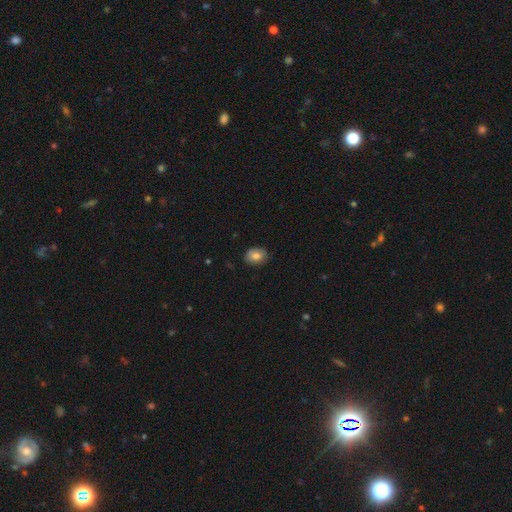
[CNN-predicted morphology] Smooth or featured: smooth — 78% (featured or disk — 13%)
How rounded: in between — 59% (round — 40%)
Merging: none — 83% (minor disturbance — 14%)